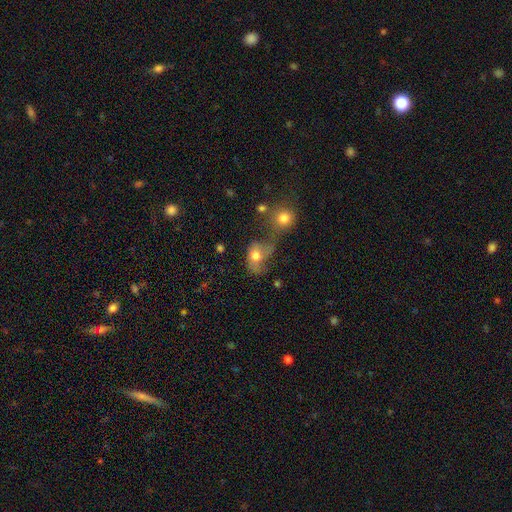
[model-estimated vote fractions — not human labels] Morphology: type=smooth (65%); roundness=in between (64%); merging=merger (45%).